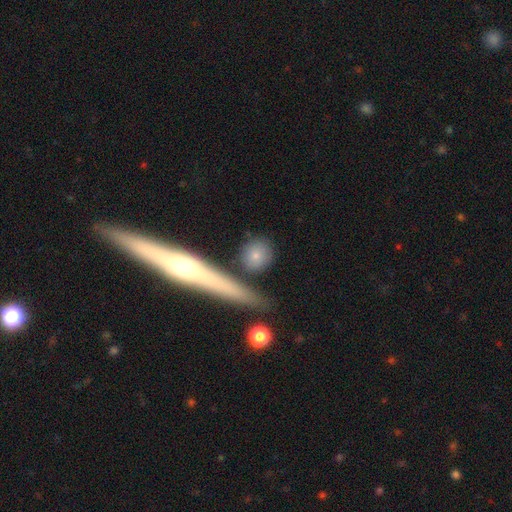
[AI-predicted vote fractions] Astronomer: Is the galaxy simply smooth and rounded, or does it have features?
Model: smooth — 79%.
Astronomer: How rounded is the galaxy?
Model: round — 74%.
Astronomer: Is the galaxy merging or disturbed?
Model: none — 79%.